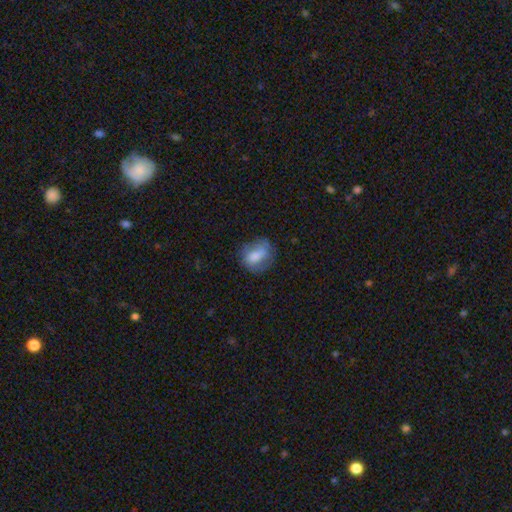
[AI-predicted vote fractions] Q: Smooth or featured?
A: smooth (70%); runner-up: featured or disk (22%)
Q: How rounded?
A: in between (55%); runner-up: round (43%)
Q: Merging?
A: none (60%); runner-up: minor disturbance (25%)